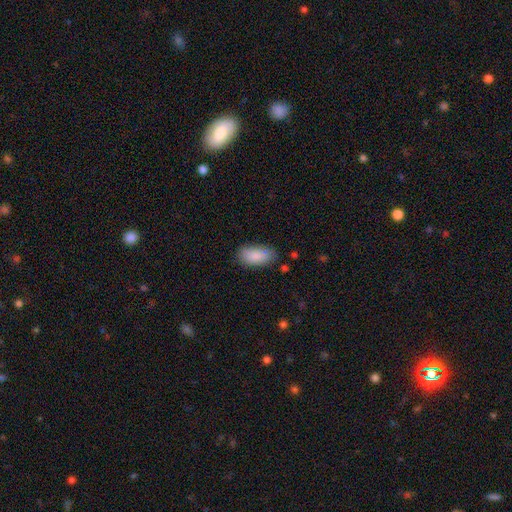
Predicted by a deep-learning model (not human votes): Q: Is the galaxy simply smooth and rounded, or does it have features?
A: smooth — 88%.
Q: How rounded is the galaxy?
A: in between — 93%.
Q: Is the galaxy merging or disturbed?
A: none — 76%.